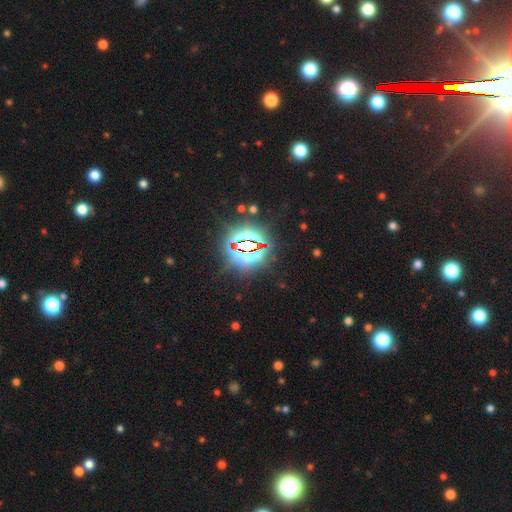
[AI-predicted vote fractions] Smooth or featured? star or artifact (83%)